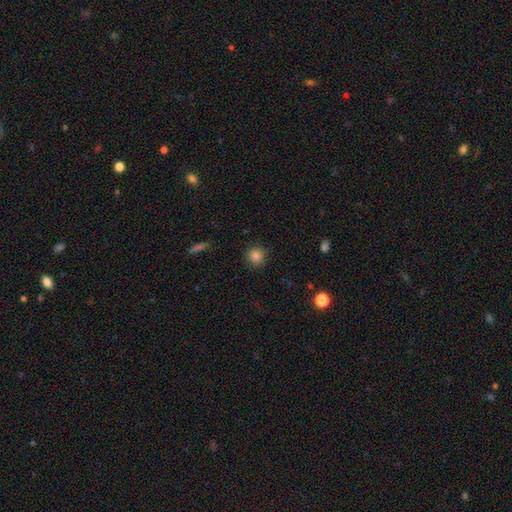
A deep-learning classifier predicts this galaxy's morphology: type=smooth (83%); roundness=round (93%); merging=none (89%).